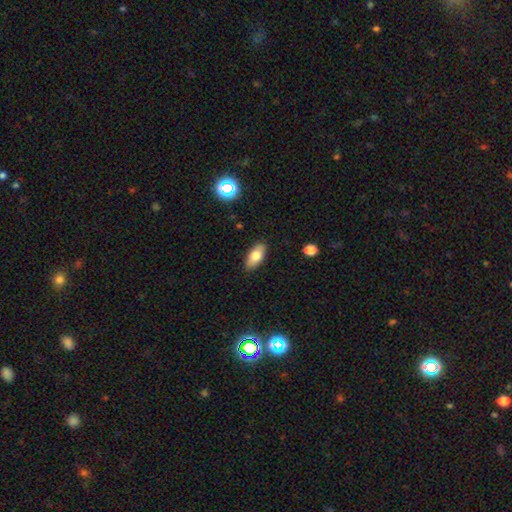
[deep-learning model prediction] smooth_or_featured: smooth (p=0.76) [alt: featured or disk p=0.16]
how_rounded: in between (p=0.88) [alt: cigar-shaped p=0.09]
merging: none (p=0.87) [alt: minor disturbance p=0.10]